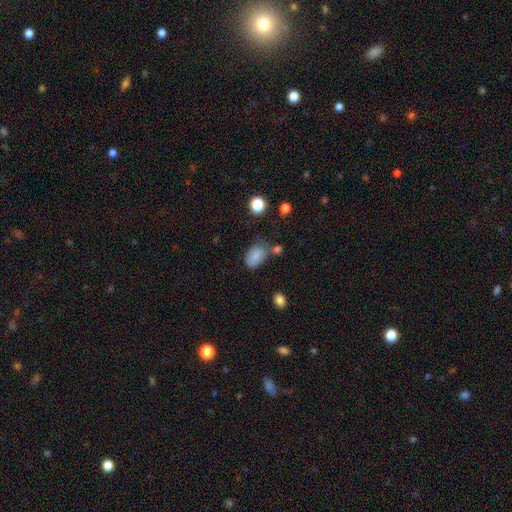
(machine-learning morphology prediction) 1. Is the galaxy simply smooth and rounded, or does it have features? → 82% smooth, 9% star or artifact, 9% featured or disk.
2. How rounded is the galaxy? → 87% in between, 12% round, 1% cigar-shaped.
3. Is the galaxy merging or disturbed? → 56% none, 24% minor disturbance, 12% merger, 8% major disturbance.